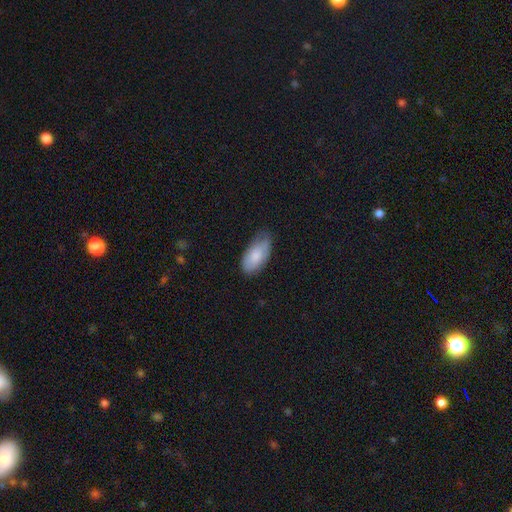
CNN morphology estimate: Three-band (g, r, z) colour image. It shows a smooth galaxy with no disk features (79%) that is in between round and cigar-shaped (94%). Merging: none (59%).